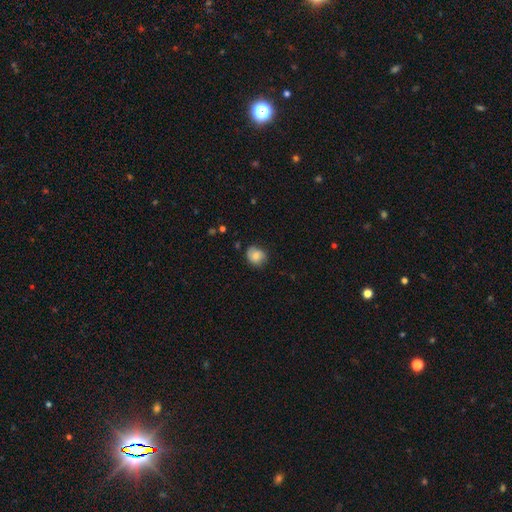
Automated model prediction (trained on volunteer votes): Overall: smooth (74%). How rounded: round (71%). Merging: none (70%).